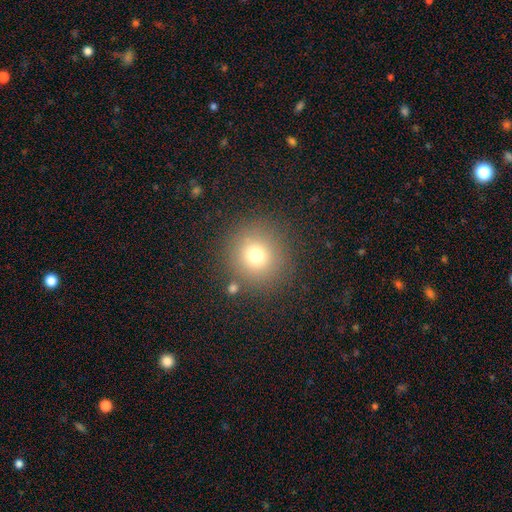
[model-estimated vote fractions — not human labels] Overall: smooth (73%). How rounded: round (94%). Merging: none (85%).